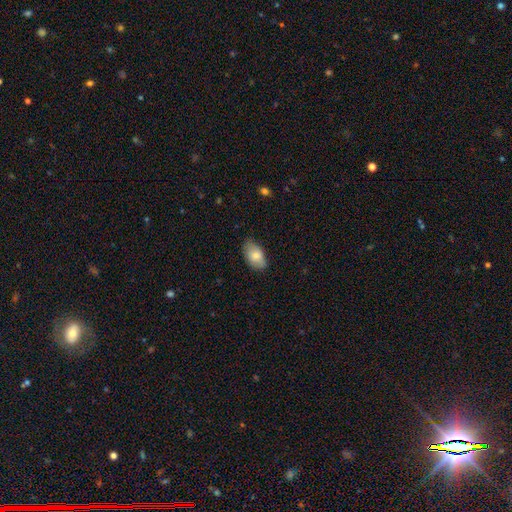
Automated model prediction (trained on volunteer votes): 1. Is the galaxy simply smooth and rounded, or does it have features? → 81% smooth, 13% featured or disk, 7% star or artifact.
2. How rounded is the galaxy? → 93% in between, 5% round, 2% cigar-shaped.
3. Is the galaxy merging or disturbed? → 75% none, 21% minor disturbance, 3% major disturbance, 1% merger.